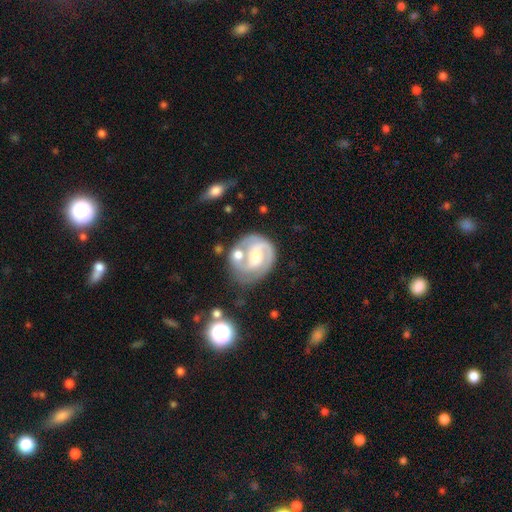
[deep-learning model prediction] Q: Smooth or featured?
A: featured or disk (82%); runner-up: smooth (13%)
Q: Edge-on disk?
A: no (98%); runner-up: yes (2%)
Q: Bar?
A: weak (45%); runner-up: no (33%)
Q: Spiral arms?
A: yes (93%); runner-up: no (7%)
Q: Spiral winding?
A: tight (44%); runner-up: medium (43%)
Q: Spiral arm count?
A: 2 (72%); runner-up: 1 (12%)
Q: Bulge size?
A: moderate (53%); runner-up: small (34%)
Q: Merging?
A: none (50%); runner-up: merger (20%)